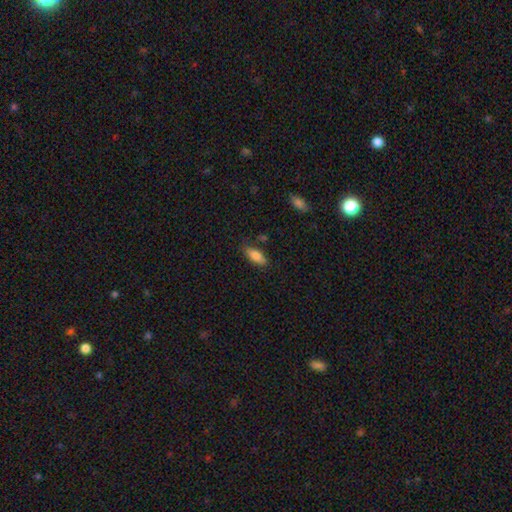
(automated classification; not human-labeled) Q: Smooth or featured?
A: smooth (80%); runner-up: featured or disk (13%)
Q: How rounded?
A: in between (74%); runner-up: cigar-shaped (24%)
Q: Merging?
A: none (78%); runner-up: minor disturbance (15%)